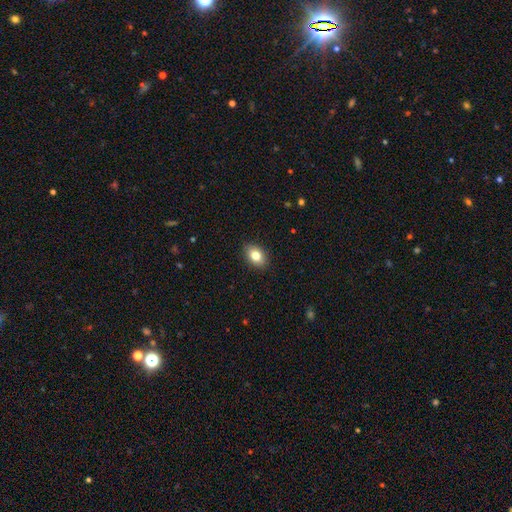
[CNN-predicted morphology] The model was most divided on "how rounded": in between: 78%, round: 21%, cigar-shaped: 1%. More confident: merging — none (89%); smooth or featured — smooth (81%).